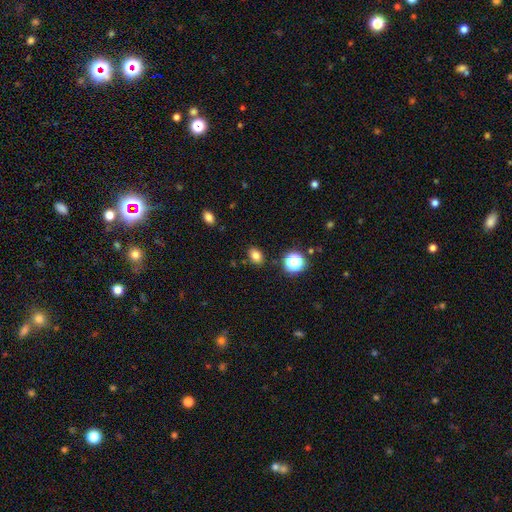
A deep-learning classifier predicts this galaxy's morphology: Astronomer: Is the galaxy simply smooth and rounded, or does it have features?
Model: smooth — 79%.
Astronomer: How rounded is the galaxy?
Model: in between — 73%.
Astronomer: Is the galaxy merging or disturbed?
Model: none — 85%.